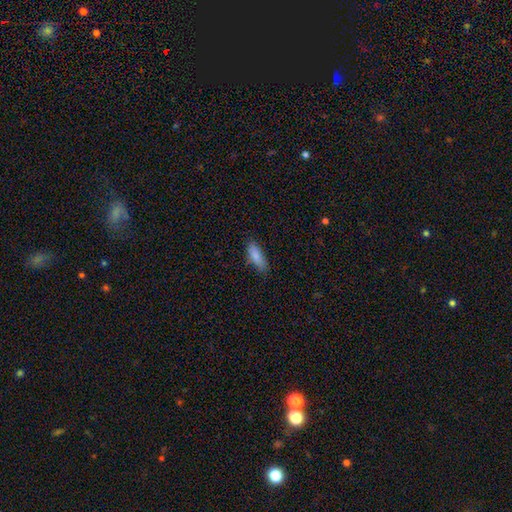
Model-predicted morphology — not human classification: Smooth or featured? smooth (85%)
How rounded? in between (63%)
Merging? none (80%)